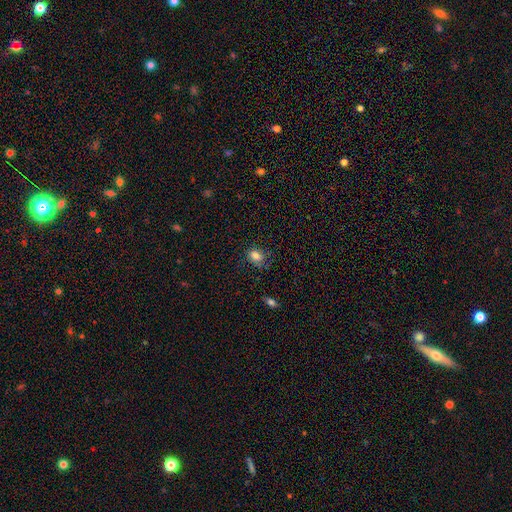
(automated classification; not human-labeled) Q: Smooth or featured?
A: smooth (80%); runner-up: star or artifact (12%)
Q: How rounded?
A: in between (58%); runner-up: round (40%)
Q: Merging?
A: none (64%); runner-up: minor disturbance (25%)